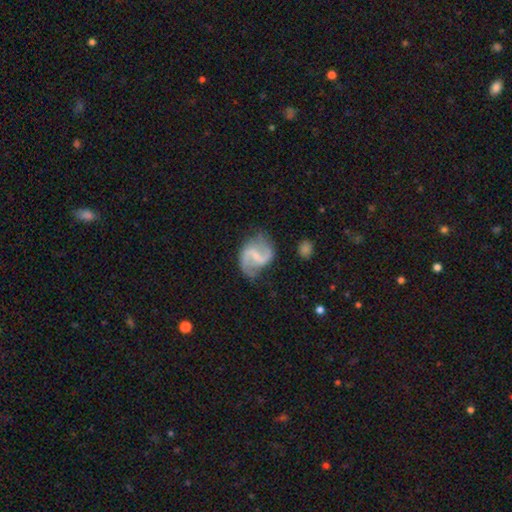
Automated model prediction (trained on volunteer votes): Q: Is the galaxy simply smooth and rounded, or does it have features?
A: featured or disk — 87%.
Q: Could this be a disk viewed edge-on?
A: no — 98%.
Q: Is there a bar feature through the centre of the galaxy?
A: weak — 49%.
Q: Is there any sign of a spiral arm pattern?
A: yes — 95%.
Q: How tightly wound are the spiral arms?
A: loose — 48%.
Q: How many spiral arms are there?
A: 2 — 92%.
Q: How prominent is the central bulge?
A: small — 43%.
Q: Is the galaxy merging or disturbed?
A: none — 71%.